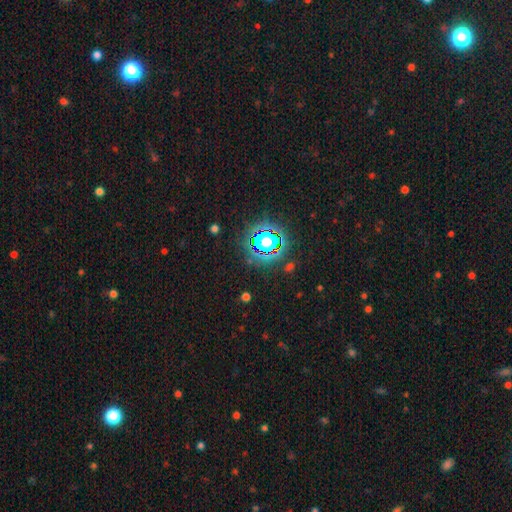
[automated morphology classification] Q: Smooth or featured?
A: star or artifact (79%); runner-up: smooth (13%)